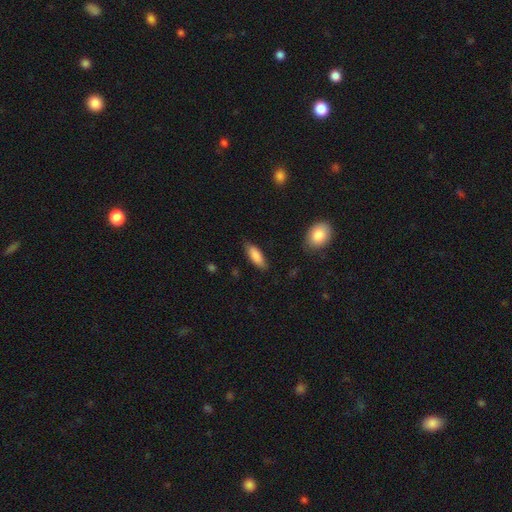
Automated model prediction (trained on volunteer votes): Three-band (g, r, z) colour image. It shows a smooth galaxy with no disk features (86%) that is in between round and cigar-shaped (67%). Merging: none (82%).